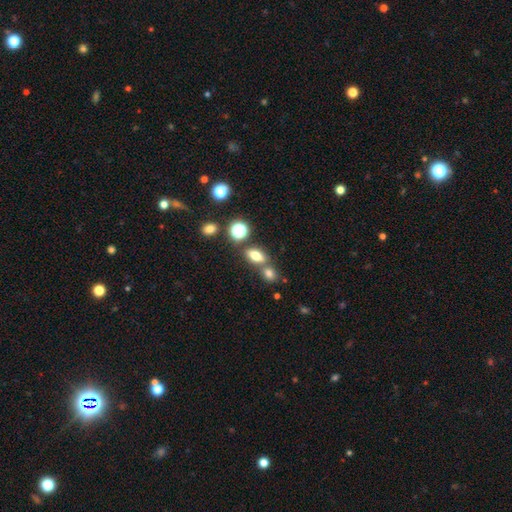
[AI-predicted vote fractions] The model was most divided on "merging": none: 58%, merger: 27%, minor disturbance: 11%, major disturbance: 4%. More confident: how rounded — in between (75%); smooth or featured — smooth (72%).